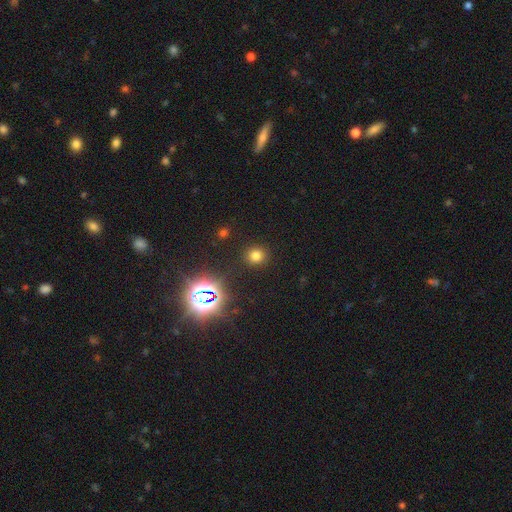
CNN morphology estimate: Q: Smooth or featured?
A: smooth (72%); runner-up: star or artifact (22%)
Q: How rounded?
A: round (86%); runner-up: in between (13%)
Q: Merging?
A: none (88%); runner-up: minor disturbance (7%)